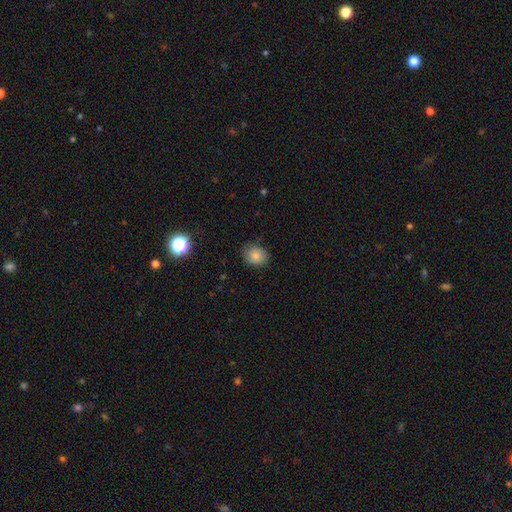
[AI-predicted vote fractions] The model was most divided on "how rounded": round: 64%, in between: 35%, cigar-shaped: 1%. More confident: smooth or featured — smooth (84%); merging — none (79%).